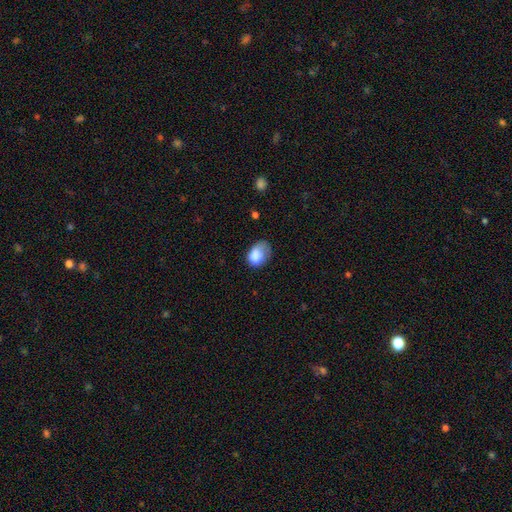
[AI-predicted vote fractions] Morphology: type=smooth (78%); roundness=in between (74%); merging=minor disturbance (37%).